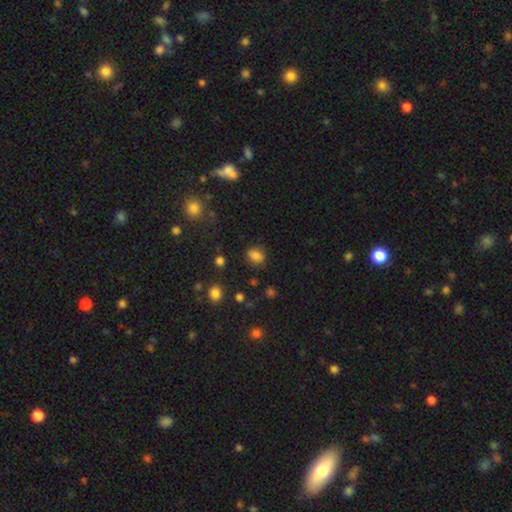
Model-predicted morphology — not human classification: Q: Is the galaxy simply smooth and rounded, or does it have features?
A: smooth — 80%.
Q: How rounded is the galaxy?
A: in between — 51%.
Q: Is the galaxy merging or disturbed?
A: none — 81%.